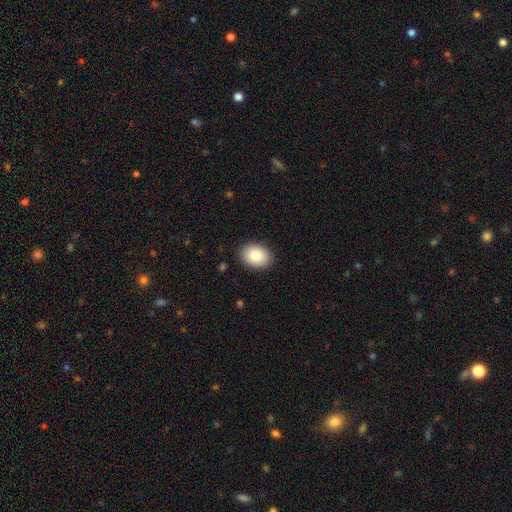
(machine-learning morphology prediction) type=smooth (85%); roundness=in between (66%); merging=none (90%).